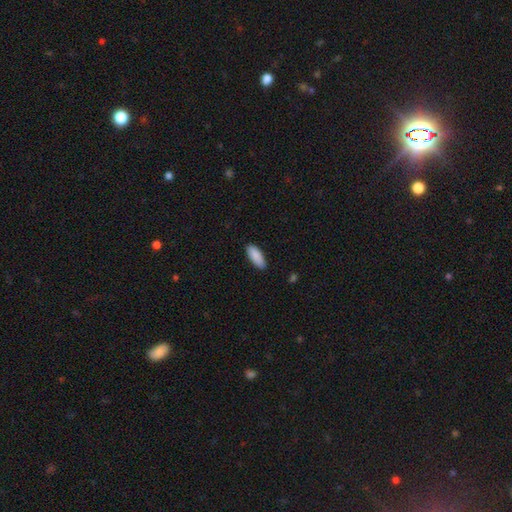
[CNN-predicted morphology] This is clearly a smooth galaxy (90%). How rounded: likely in between (78%). Merging: clearly none (88%).